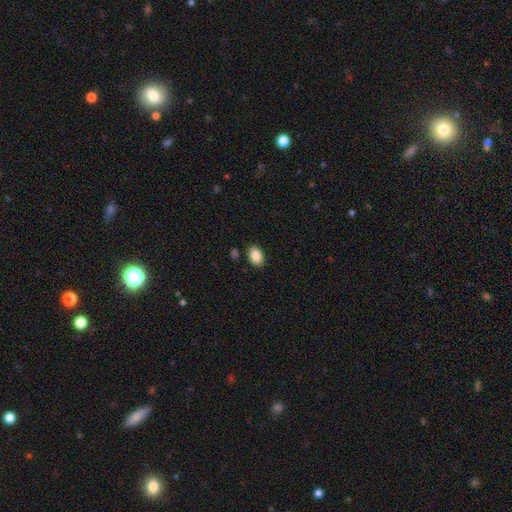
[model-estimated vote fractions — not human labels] smooth 86%, star or artifact 7%, featured or disk 7%. Down the decision tree: how rounded — in between (88%); merging — none (87%).